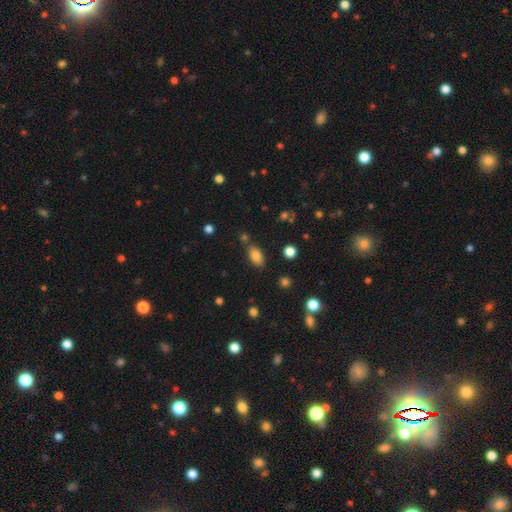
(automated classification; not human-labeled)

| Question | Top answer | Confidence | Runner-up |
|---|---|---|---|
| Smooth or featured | smooth | 82% | star or artifact (10%) |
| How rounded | in between | 89% | cigar-shaped (6%) |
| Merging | none | 75% | minor disturbance (13%) |